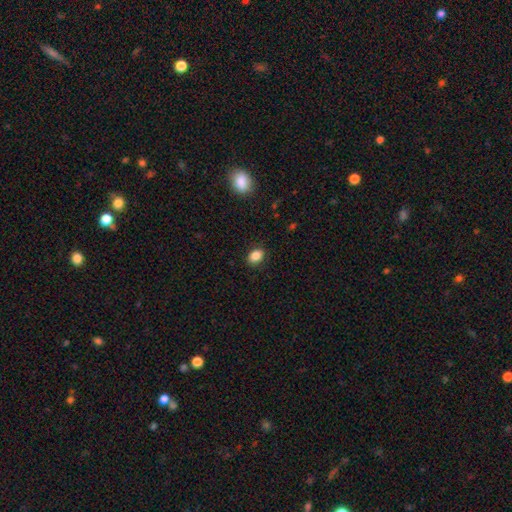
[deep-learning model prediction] A smooth galaxy with no disk features (86%) that is in between round and cigar-shaped (74%). Merging: none (87%).